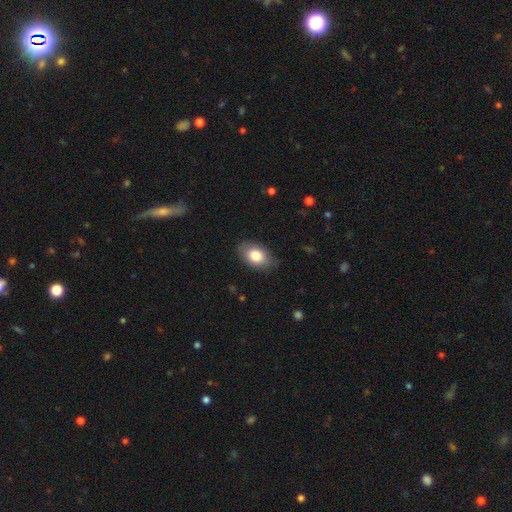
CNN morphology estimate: Smooth or featured? smooth (81%)
How rounded? in between (88%)
Merging? none (80%)